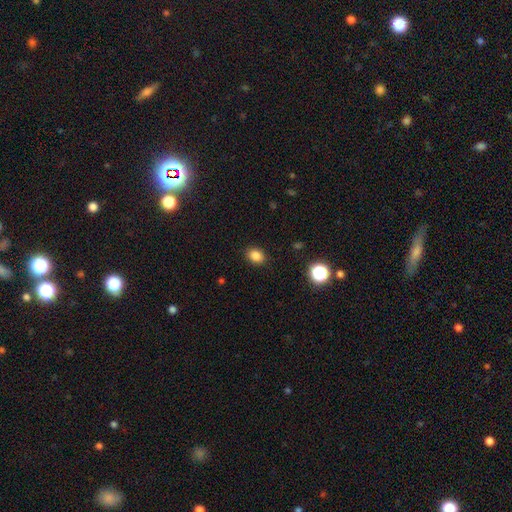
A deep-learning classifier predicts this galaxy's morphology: Smooth or featured?
  - smooth: 84% *
  - star or artifact: 12%
  - featured or disk: 4%
How rounded?
  - in between: 59% *
  - round: 40%
  - cigar-shaped: 1%
Merging?
  - none: 89% *
  - minor disturbance: 8%
  - major disturbance: 2%
  - merger: 1%